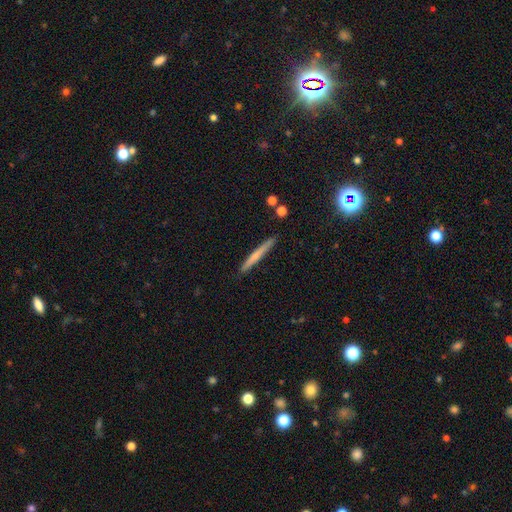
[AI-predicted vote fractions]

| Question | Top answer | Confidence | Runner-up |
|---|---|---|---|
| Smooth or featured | smooth | 58% | featured or disk (36%) |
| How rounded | cigar-shaped | 96% | in between (2%) |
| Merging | none | 90% | minor disturbance (7%) |